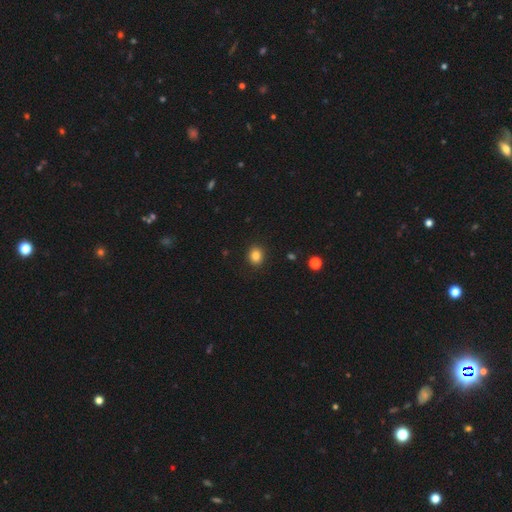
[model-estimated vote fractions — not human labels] Smooth or featured? Predicted: smooth (p=0.84). How rounded? Predicted: round (p=0.72). Merging? Predicted: none (p=0.90).